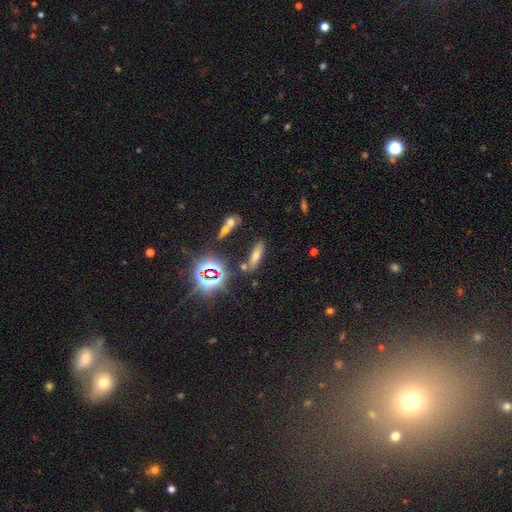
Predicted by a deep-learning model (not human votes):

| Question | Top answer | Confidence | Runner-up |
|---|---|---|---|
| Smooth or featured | smooth | 57% | star or artifact (27%) |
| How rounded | cigar-shaped | 55% | in between (39%) |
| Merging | none | 67% | minor disturbance (14%) |